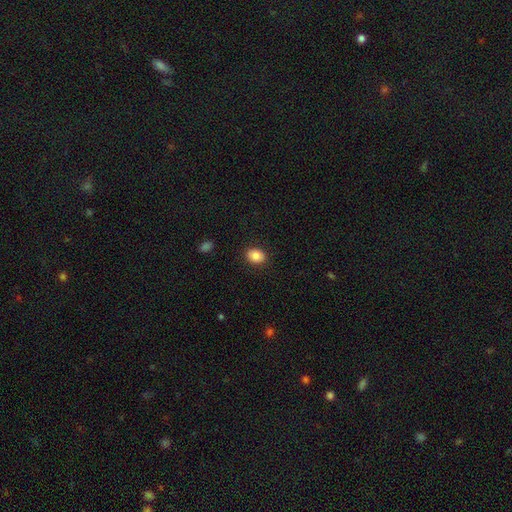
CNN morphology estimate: A smooth galaxy with no disk features (86%) that is in between round and cigar-shaped (64%). Merging: none (89%).